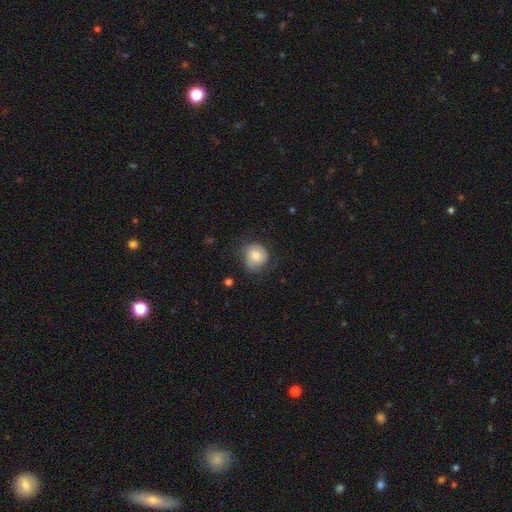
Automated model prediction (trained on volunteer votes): This is likely a smooth galaxy (64%). How rounded: likely round (76%). Merging: likely none (60%).